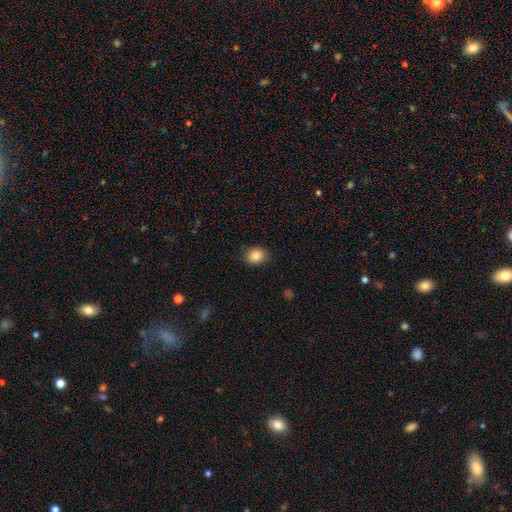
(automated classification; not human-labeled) Q: Smooth or featured?
A: smooth (86%); runner-up: star or artifact (9%)
Q: How rounded?
A: round (55%); runner-up: in between (44%)
Q: Merging?
A: none (86%); runner-up: minor disturbance (11%)